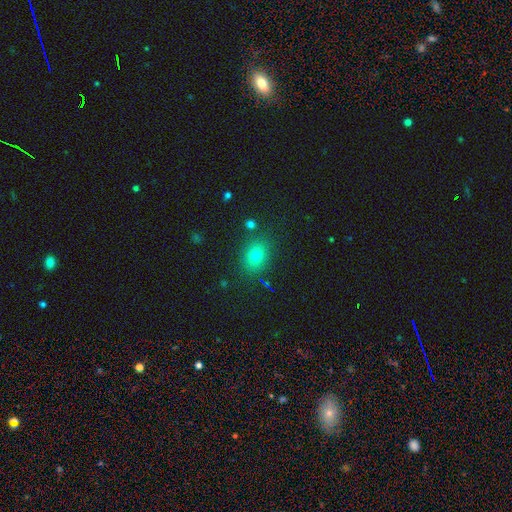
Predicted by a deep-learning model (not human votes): A smooth galaxy with no disk features (74%) that is in between round and cigar-shaped (49%, tied with round). Merging: none (83%).